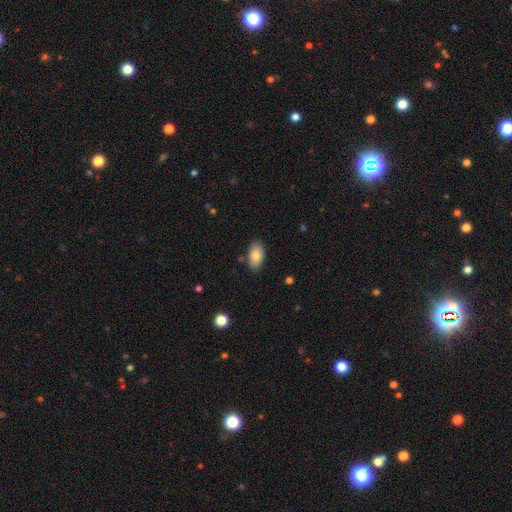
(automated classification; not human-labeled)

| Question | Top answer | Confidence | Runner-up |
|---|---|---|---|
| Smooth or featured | smooth | 83% | featured or disk (10%) |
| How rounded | in between | 94% | round (4%) |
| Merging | none | 84% | minor disturbance (12%) |